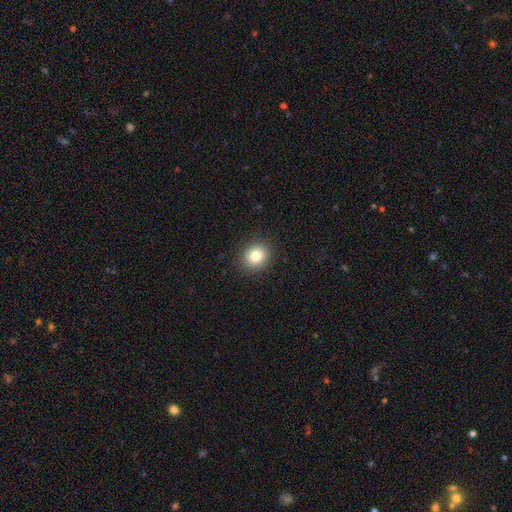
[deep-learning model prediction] Smooth or featured?
  - smooth: 83% *
  - star or artifact: 10%
  - featured or disk: 6%
How rounded?
  - round: 74% *
  - in between: 25%
  - cigar-shaped: 1%
Merging?
  - none: 90% *
  - minor disturbance: 7%
  - major disturbance: 2%
  - merger: 1%